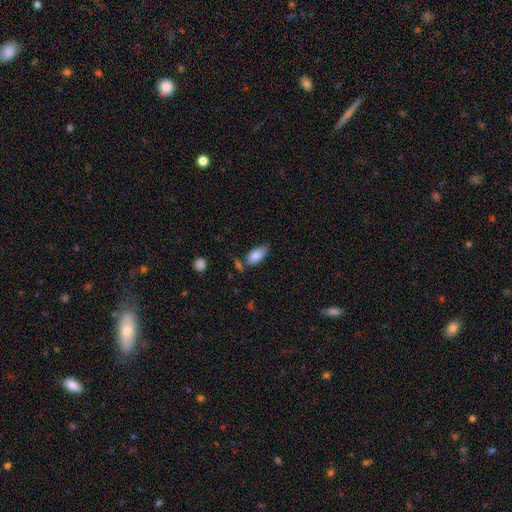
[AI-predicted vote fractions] smooth 84%, featured or disk 9%, star or artifact 7%. Down the decision tree: how rounded — in between (91%); merging — none (57%).